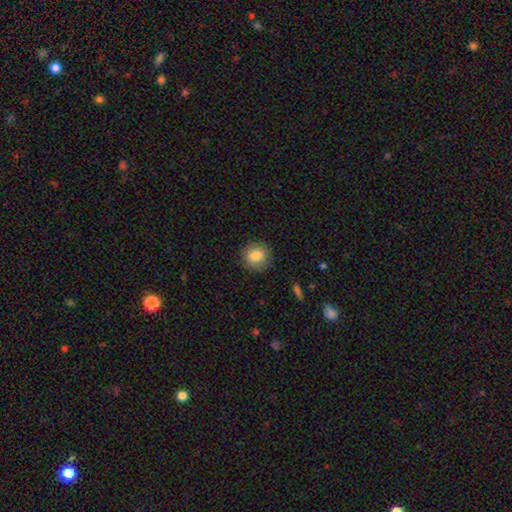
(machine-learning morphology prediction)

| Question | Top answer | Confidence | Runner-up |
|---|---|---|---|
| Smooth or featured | smooth | 80% | featured or disk (11%) |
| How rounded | round | 86% | in between (13%) |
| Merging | none | 87% | minor disturbance (9%) |